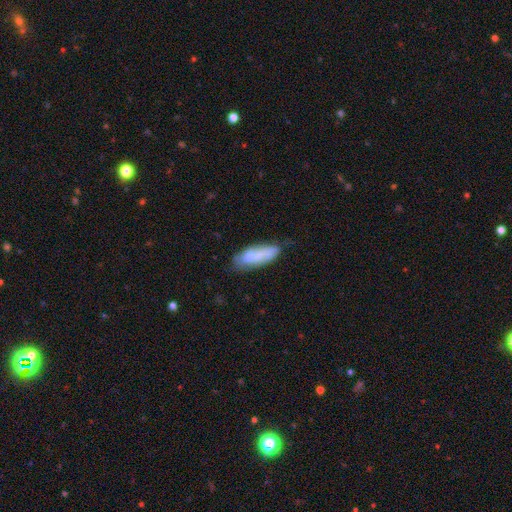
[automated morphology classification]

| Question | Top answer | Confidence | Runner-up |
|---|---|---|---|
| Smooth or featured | smooth | 64% | featured or disk (28%) |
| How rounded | in between | 60% | cigar-shaped (39%) |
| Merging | none | 57% | minor disturbance (30%) |